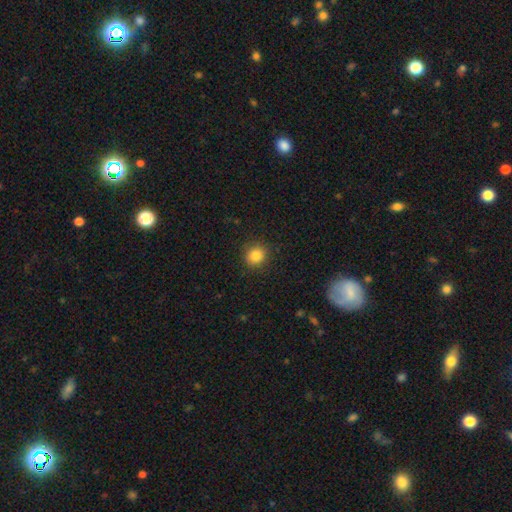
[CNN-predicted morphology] A smooth galaxy with no disk features (84%) that is round (87%).

Vote fractions:
- Smooth or featured? smooth: 84% / star or artifact: 11% / featured or disk: 5%
- How rounded? round: 87% / in between: 12% / cigar-shaped: 1%
- Merging? none: 89% / minor disturbance: 7% / major disturbance: 2% / merger: 1%